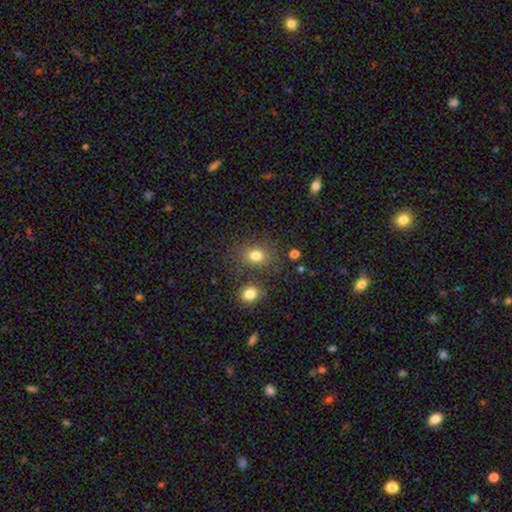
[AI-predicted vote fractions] Smooth or featured? Predicted: smooth (p=0.78). How rounded? Predicted: round (p=0.55). Merging? Predicted: none (p=0.72).